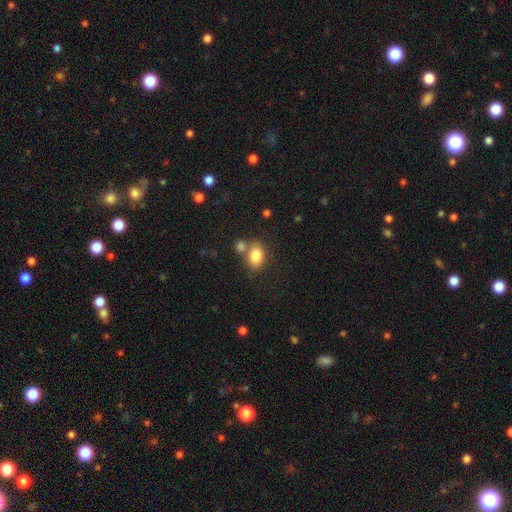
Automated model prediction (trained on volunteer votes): A smooth galaxy with no disk features (82%) that is in between round and cigar-shaped (79%).

Vote fractions:
- Smooth or featured? smooth: 82% / star or artifact: 9% / featured or disk: 9%
- How rounded? in between: 79% / round: 20% / cigar-shaped: 1%
- Merging? none: 54% / merger: 29% / minor disturbance: 13% / major disturbance: 4%